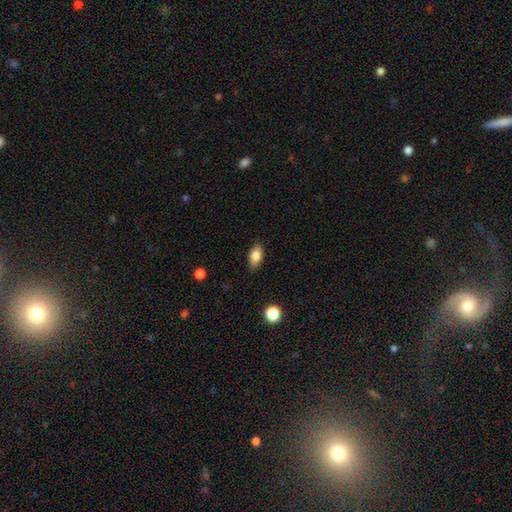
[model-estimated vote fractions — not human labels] Q: Smooth or featured?
A: smooth (82%); runner-up: featured or disk (10%)
Q: How rounded?
A: in between (88%); runner-up: round (6%)
Q: Merging?
A: none (86%); runner-up: minor disturbance (10%)